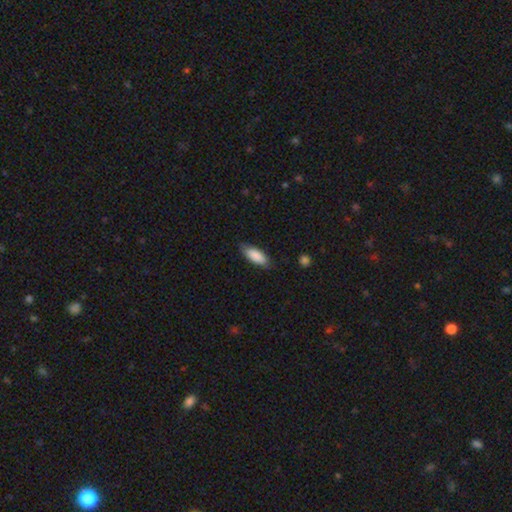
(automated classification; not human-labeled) The model was most divided on "how rounded": in between: 76%, cigar-shaped: 22%, round: 2%. More confident: smooth or featured — smooth (87%); merging — none (78%).